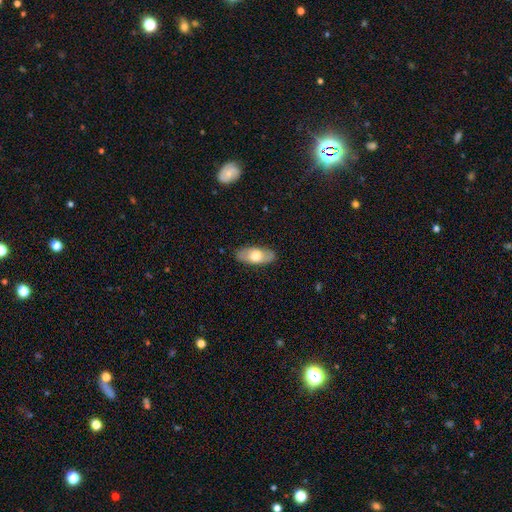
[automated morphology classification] A smooth galaxy with no disk features (56%) that is in between round and cigar-shaped (86%). Merging: none (86%).